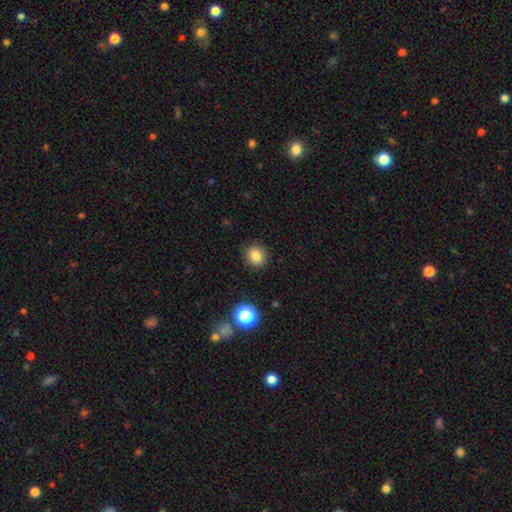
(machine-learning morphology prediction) Q: Smooth or featured?
A: smooth (82%); runner-up: star or artifact (12%)
Q: How rounded?
A: round (81%); runner-up: in between (18%)
Q: Merging?
A: none (90%); runner-up: minor disturbance (7%)